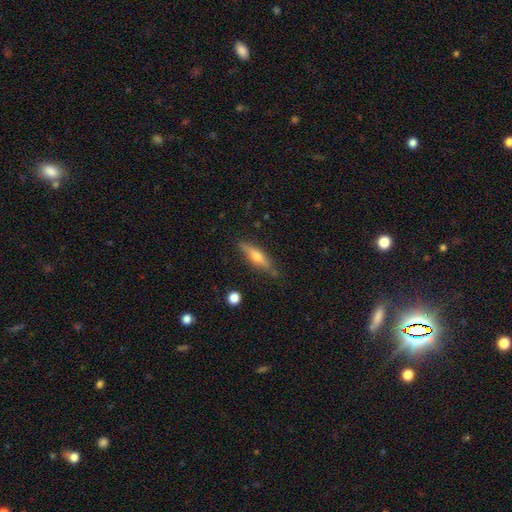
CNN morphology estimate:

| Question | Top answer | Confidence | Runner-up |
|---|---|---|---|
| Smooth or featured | featured or disk | 57% | smooth (36%) |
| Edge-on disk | yes | 92% | no (8%) |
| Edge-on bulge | rounded | 88% | none (7%) |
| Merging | none | 82% | minor disturbance (14%) |